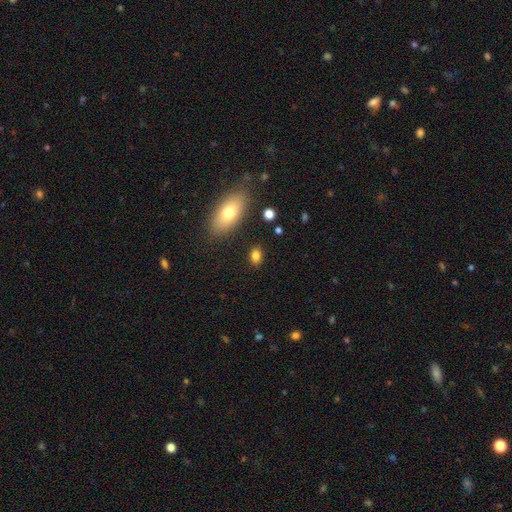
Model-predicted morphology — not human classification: The model was most divided on "how rounded": in between: 77%, round: 20%, cigar-shaped: 3%. More confident: merging — none (83%); smooth or featured — smooth (82%).